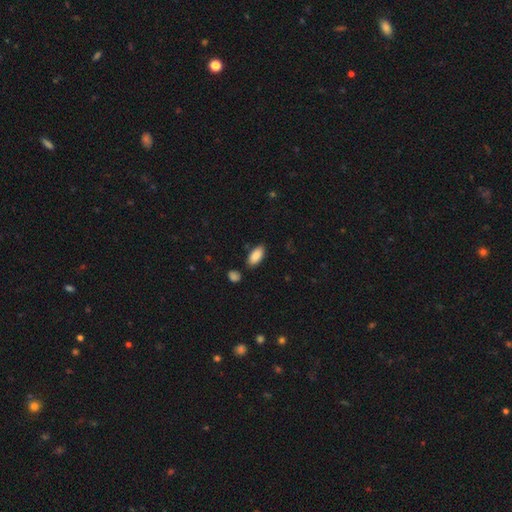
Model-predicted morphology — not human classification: Smooth or featured? smooth (88%)
How rounded? in between (91%)
Merging? none (82%)